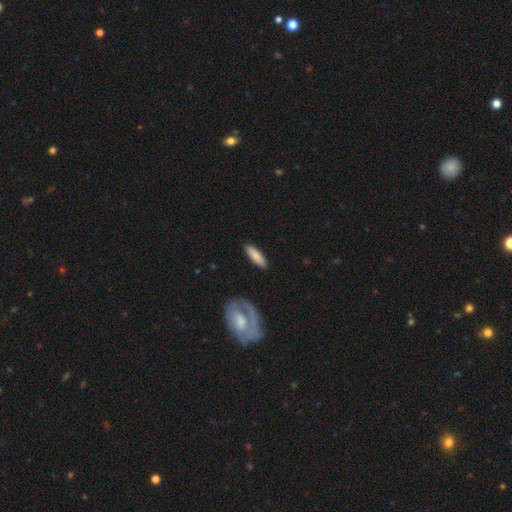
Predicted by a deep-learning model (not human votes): This is clearly a smooth galaxy (81%). How rounded: possibly cigar-shaped (54%). Merging: clearly none (87%).